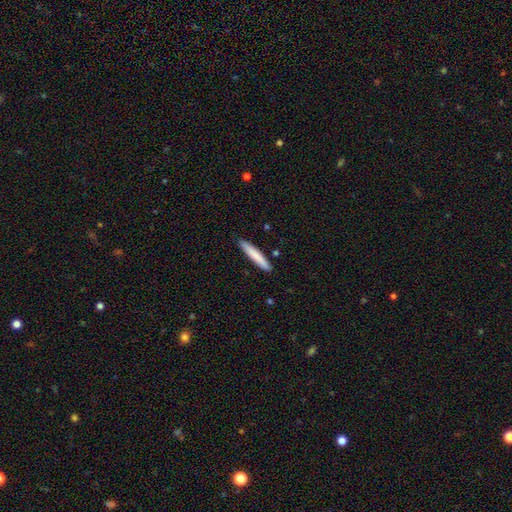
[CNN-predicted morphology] Smooth or featured?
  - smooth: 80% *
  - featured or disk: 14%
  - star or artifact: 5%
How rounded?
  - cigar-shaped: 93% *
  - in between: 6%
  - round: 1%
Merging?
  - none: 89% *
  - minor disturbance: 8%
  - merger: 1%
  - major disturbance: 1%